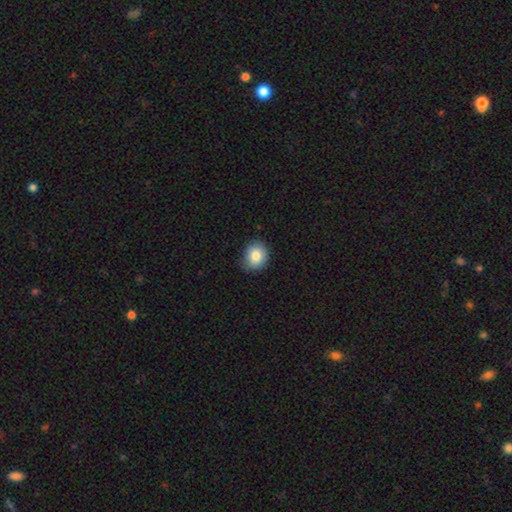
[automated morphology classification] A smooth galaxy with no disk features (83%) that is round (69%). Merging: none (78%).